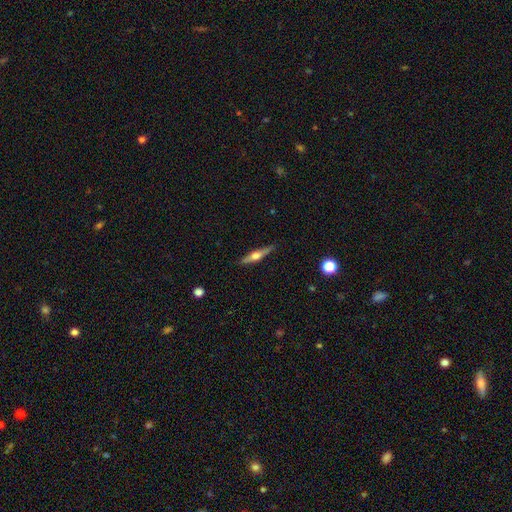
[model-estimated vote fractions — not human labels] smooth_or_featured: featured or disk (p=0.62) [alt: smooth p=0.32]
disk_edge_on: yes (p=0.96) [alt: no p=0.04]
edge_on_bulge: rounded (p=0.91) [alt: boxy p=0.05]
merging: none (p=0.87) [alt: minor disturbance p=0.09]